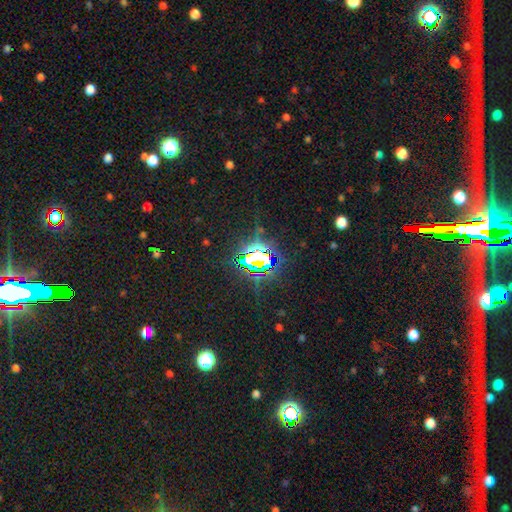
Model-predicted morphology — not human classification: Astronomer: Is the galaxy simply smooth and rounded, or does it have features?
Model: star or artifact — 81%.